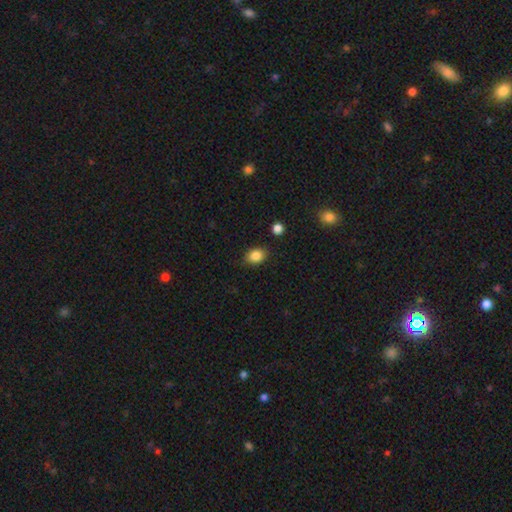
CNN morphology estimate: smooth-or-featured: smooth: 85% | star or artifact: 10% | featured or disk: 5%
  how-rounded: in between: 57% | round: 42% | cigar-shaped: 1%
  merging: none: 83% | minor disturbance: 12% | major disturbance: 3% | merger: 2%